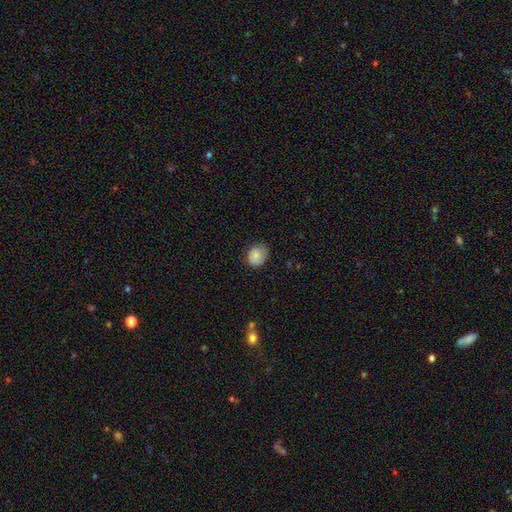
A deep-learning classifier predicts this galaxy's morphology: The model was most divided on "how rounded": round: 60%, in between: 40%, cigar-shaped: 1%. More confident: smooth or featured — smooth (83%); merging — none (73%).